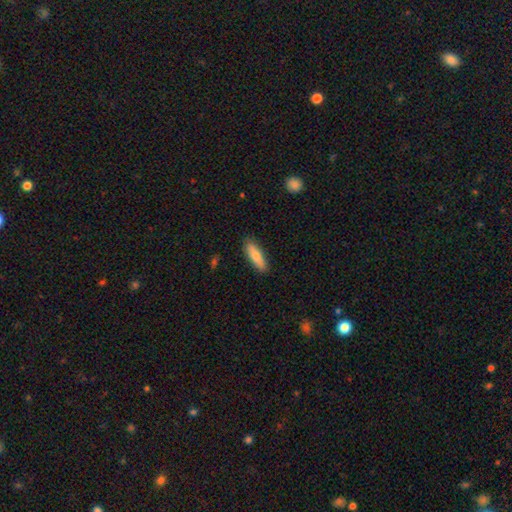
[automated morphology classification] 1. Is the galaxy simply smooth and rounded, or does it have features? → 73% smooth, 21% featured or disk, 6% star or artifact.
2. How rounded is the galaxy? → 56% cigar-shaped, 42% in between, 2% round.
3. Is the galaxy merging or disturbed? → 85% none, 12% minor disturbance, 2% major disturbance, 1% merger.